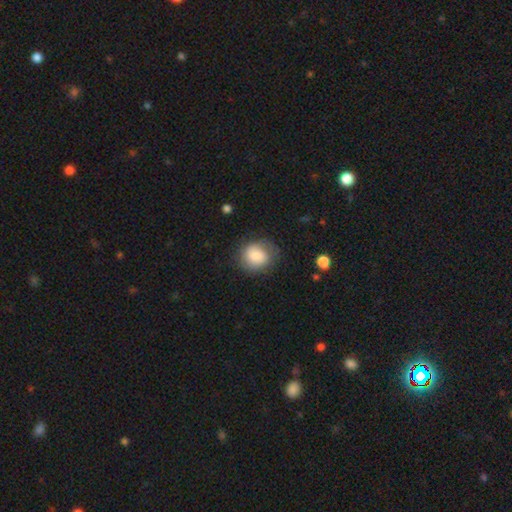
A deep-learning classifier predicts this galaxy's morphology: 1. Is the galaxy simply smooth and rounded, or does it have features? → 78% smooth, 15% featured or disk, 8% star or artifact.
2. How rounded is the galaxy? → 71% round, 29% in between, 1% cigar-shaped.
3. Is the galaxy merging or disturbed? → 68% none, 21% minor disturbance, 9% major disturbance, 2% merger.